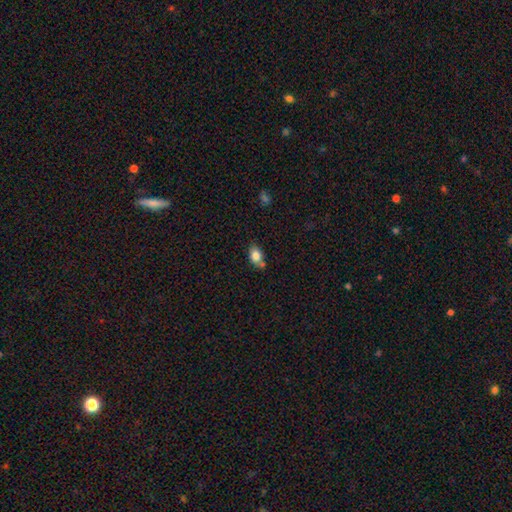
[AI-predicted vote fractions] Smooth or featured? Predicted: smooth (p=0.82). How rounded? Predicted: in between (p=0.79). Merging? Predicted: none (p=0.61).